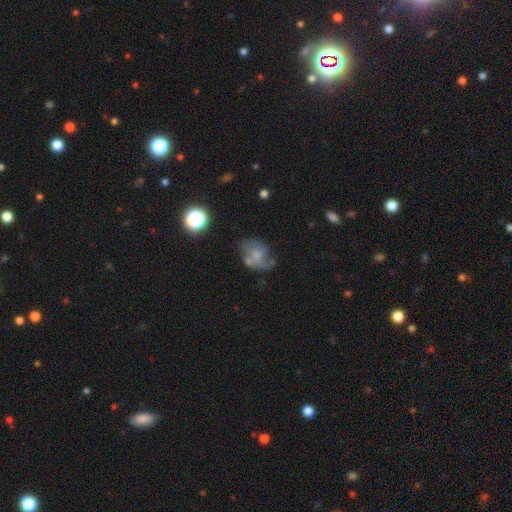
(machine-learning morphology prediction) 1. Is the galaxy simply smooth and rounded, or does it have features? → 49% featured or disk, 38% smooth, 13% star or artifact.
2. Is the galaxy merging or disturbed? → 39% none, 25% minor disturbance, 25% major disturbance, 10% merger.